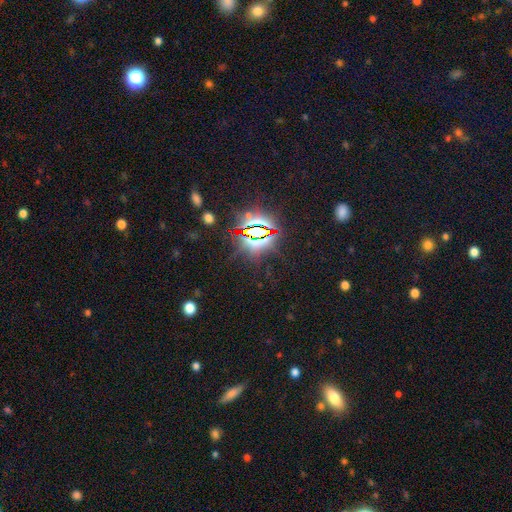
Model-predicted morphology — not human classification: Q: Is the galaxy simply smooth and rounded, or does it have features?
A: star or artifact — 80%.